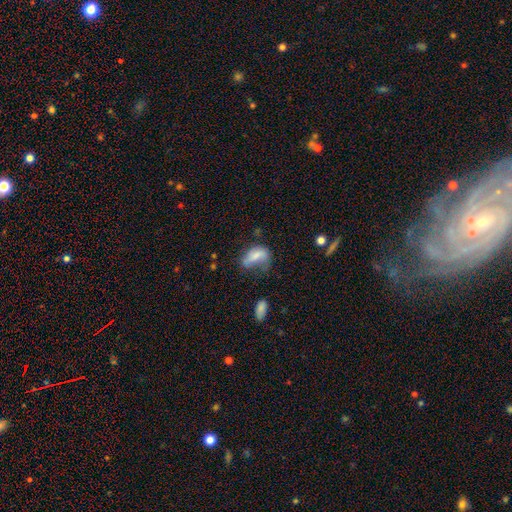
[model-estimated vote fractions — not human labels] The model was most divided on "merging": major disturbance: 38%, minor disturbance: 31%, none: 25%, merger: 6%. More confident: how rounded — in between (88%); smooth or featured — smooth (68%).